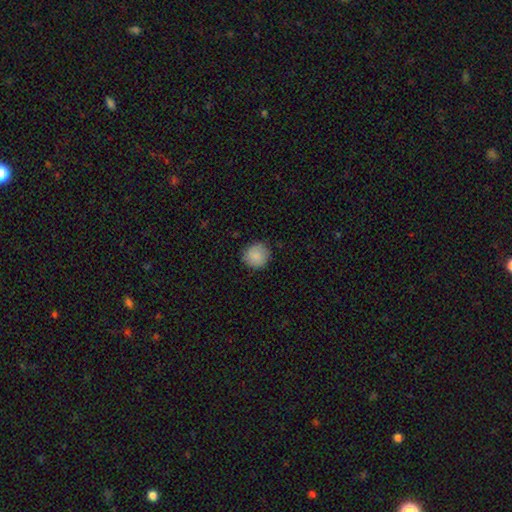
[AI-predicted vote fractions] This is clearly a smooth galaxy (83%). How rounded: clearly round (92%). Merging: clearly none (86%).